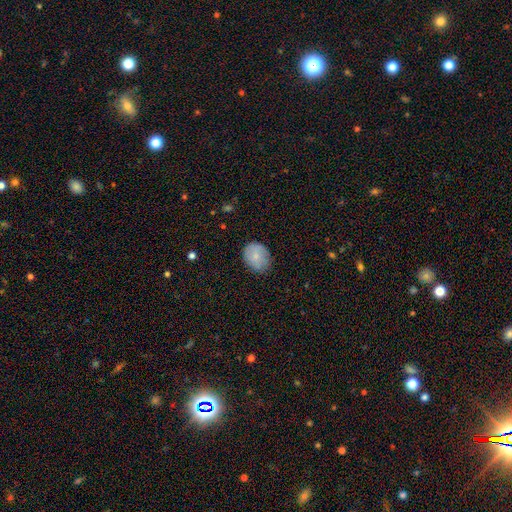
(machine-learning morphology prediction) Smooth or featured?
  - smooth: 78% *
  - featured or disk: 14%
  - star or artifact: 7%
How rounded?
  - in between: 51% *
  - round: 48%
  - cigar-shaped: 1%
Merging?
  - none: 76% *
  - minor disturbance: 19%
  - major disturbance: 4%
  - merger: 1%